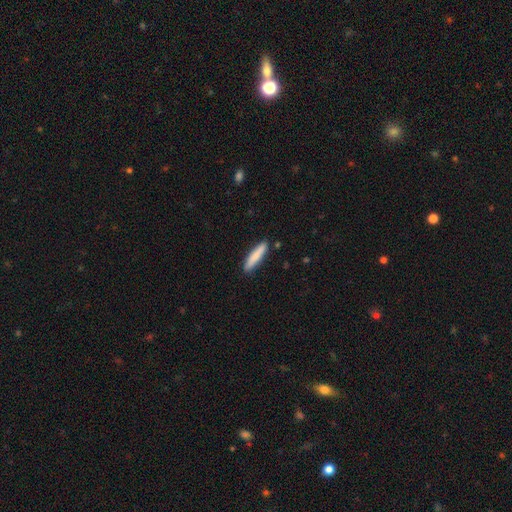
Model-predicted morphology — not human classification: A smooth galaxy with no disk features (82%) that is cigar-shaped (87%). Merging: none (88%).